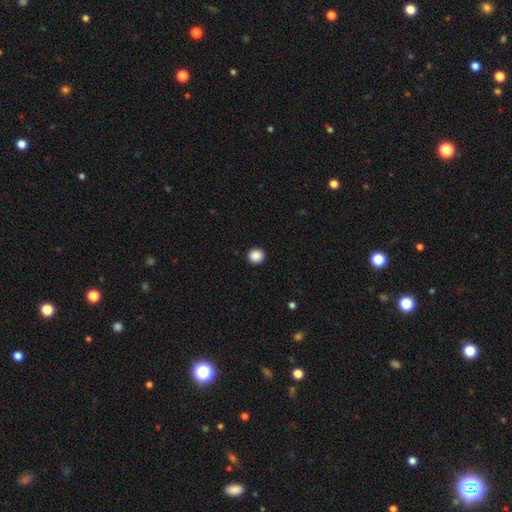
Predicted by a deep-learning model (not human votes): smooth_or_featured: smooth (p=0.88) [alt: star or artifact p=0.09]
how_rounded: round (p=0.95) [alt: in between p=0.04]
merging: none (p=0.93) [alt: minor disturbance p=0.04]